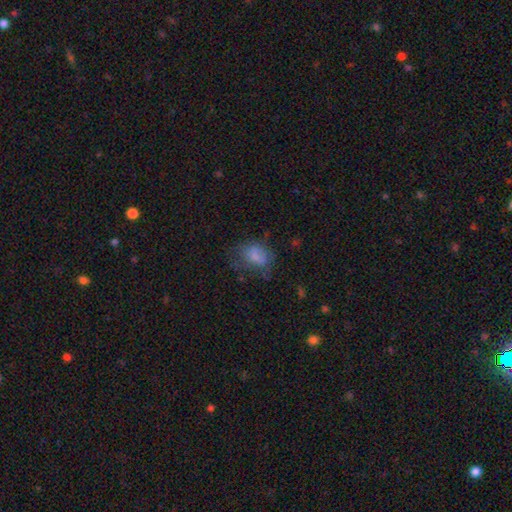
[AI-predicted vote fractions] This appears to be a smooth galaxy with no disk features (67%) that is in between round and cigar-shaped (71%). Merging: none (39%).